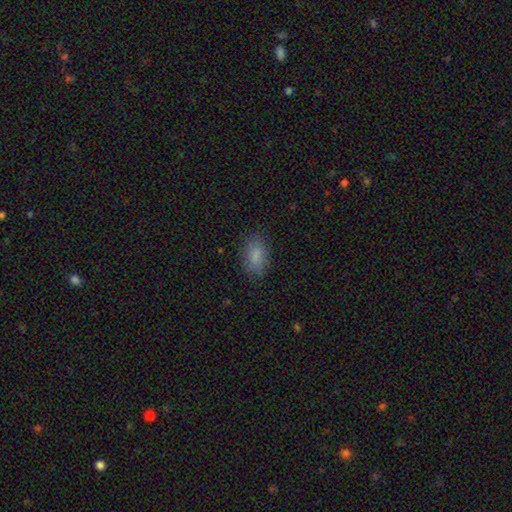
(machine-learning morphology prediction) smooth-or-featured: smooth: 85% | star or artifact: 9% | featured or disk: 6%
  how-rounded: in between: 88% | round: 10% | cigar-shaped: 2%
  merging: none: 83% | minor disturbance: 13% | major disturbance: 4% | merger: 1%